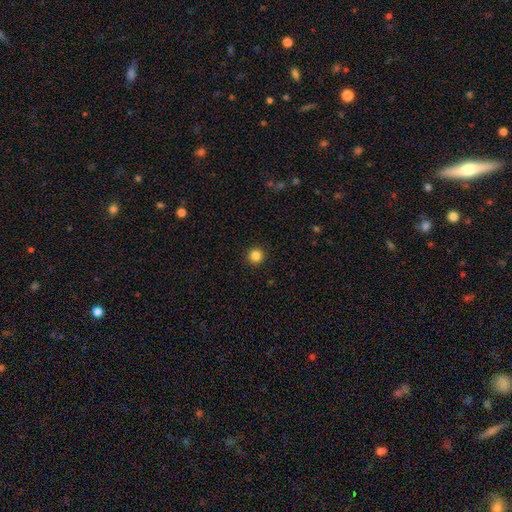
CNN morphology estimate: This is clearly a smooth galaxy (84%). How rounded: clearly round (96%). Merging: clearly none (93%).